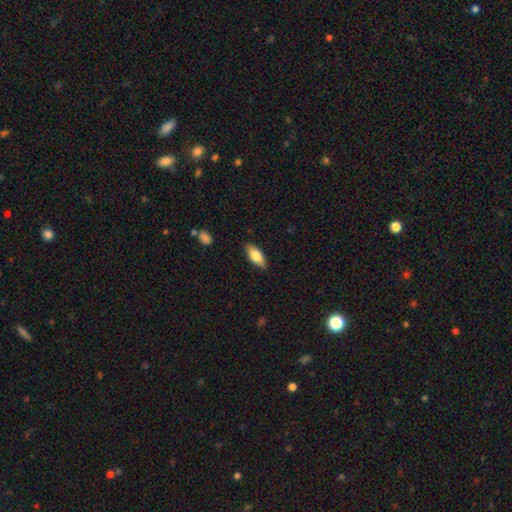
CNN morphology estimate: smooth 78%, featured or disk 16%, star or artifact 6%. Down the decision tree: how rounded — in between (84%); merging — none (87%).